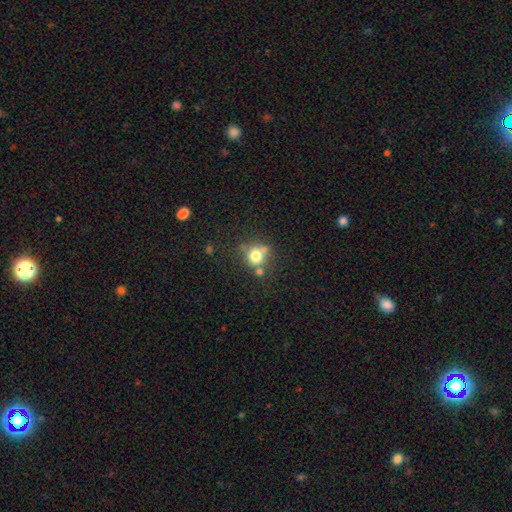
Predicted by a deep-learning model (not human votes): Smooth or featured?
  - smooth: 73% *
  - featured or disk: 14%
  - star or artifact: 13%
How rounded?
  - round: 83% *
  - in between: 16%
  - cigar-shaped: 1%
Merging?
  - none: 53% *
  - merger: 27%
  - minor disturbance: 14%
  - major disturbance: 6%